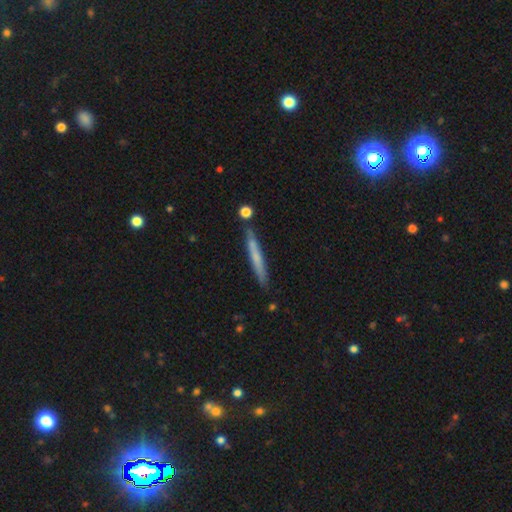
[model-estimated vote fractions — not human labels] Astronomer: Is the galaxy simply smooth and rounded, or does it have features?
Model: smooth — 54% (runner-up: featured or disk, 39%).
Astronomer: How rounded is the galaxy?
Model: cigar-shaped — 96%.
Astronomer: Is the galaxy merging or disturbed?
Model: none — 82%.